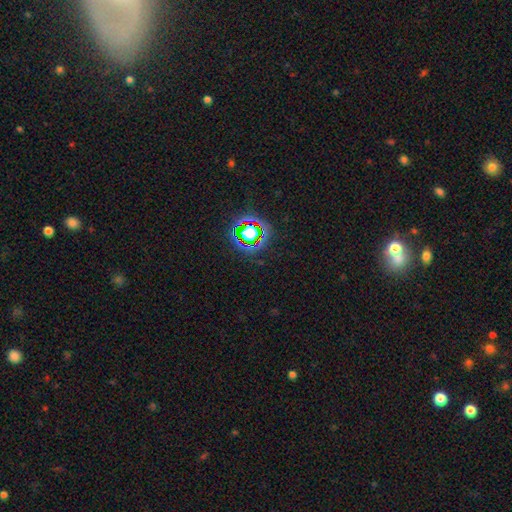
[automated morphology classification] star or artifact 77%, smooth 14%, featured or disk 9%.